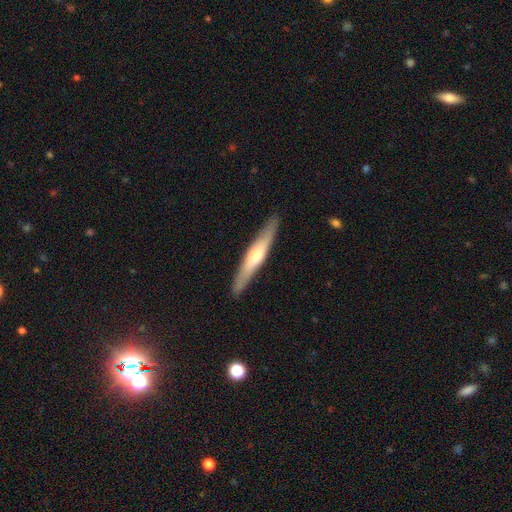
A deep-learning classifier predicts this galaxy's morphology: This appears to be a featured or disk galaxy (59%) viewed edge-on (94%) with a rounded central bulge (74%). Merging: none (89%).